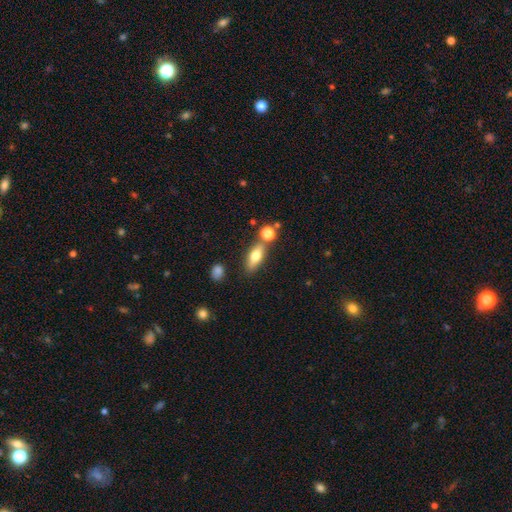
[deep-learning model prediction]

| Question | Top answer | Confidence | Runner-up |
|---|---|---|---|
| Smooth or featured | smooth | 68% | featured or disk (23%) |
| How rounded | in between | 68% | cigar-shaped (26%) |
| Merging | none | 67% | merger (17%) |